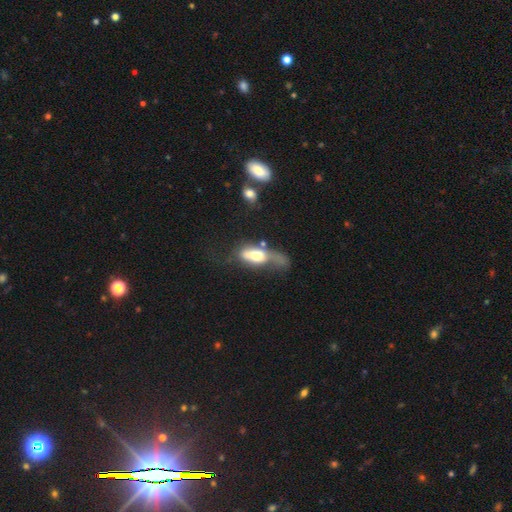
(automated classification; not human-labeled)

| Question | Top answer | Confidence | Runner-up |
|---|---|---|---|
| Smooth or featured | smooth | 59% | featured or disk (33%) |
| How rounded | in between | 80% | cigar-shaped (13%) |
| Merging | major disturbance | 45% | merger (19%) |